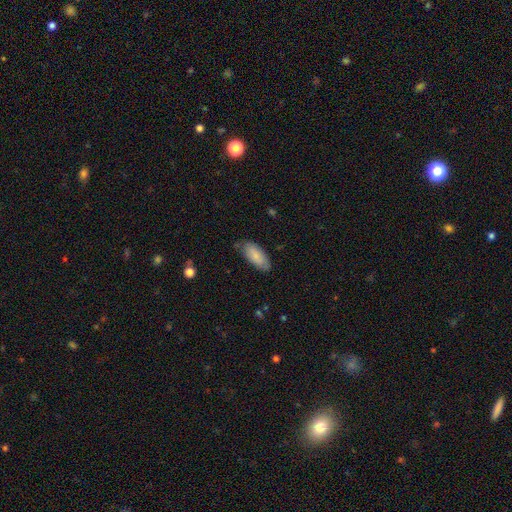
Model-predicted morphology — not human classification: Smooth or featured: smooth — 84% (featured or disk — 10%)
How rounded: in between — 86% (cigar-shaped — 13%)
Merging: none — 77% (minor disturbance — 19%)